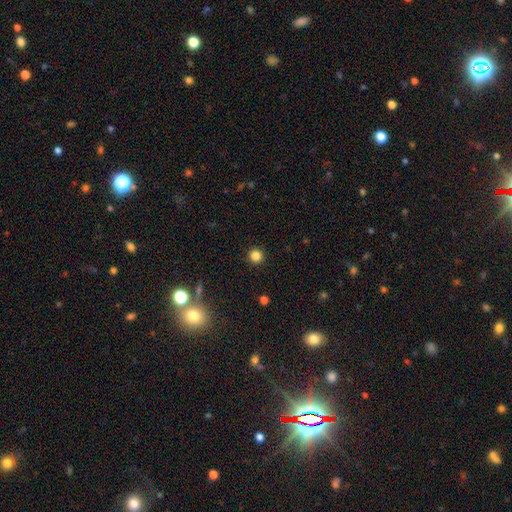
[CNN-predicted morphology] A smooth galaxy with no disk features (84%) that is round (95%). Merging: none (92%).